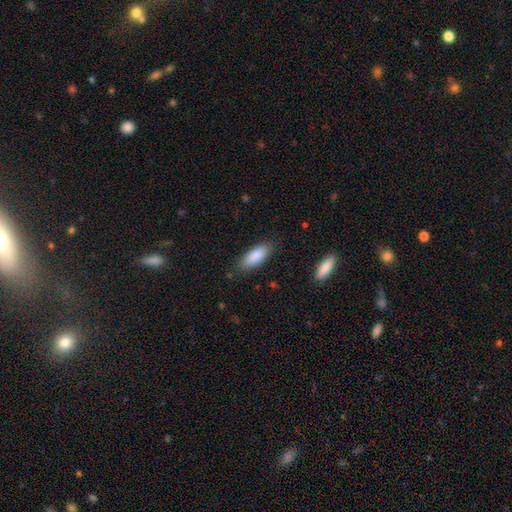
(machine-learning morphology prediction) Q: Smooth or featured?
A: smooth (88%); runner-up: star or artifact (6%)
Q: How rounded?
A: in between (76%); runner-up: cigar-shaped (22%)
Q: Merging?
A: none (83%); runner-up: minor disturbance (12%)